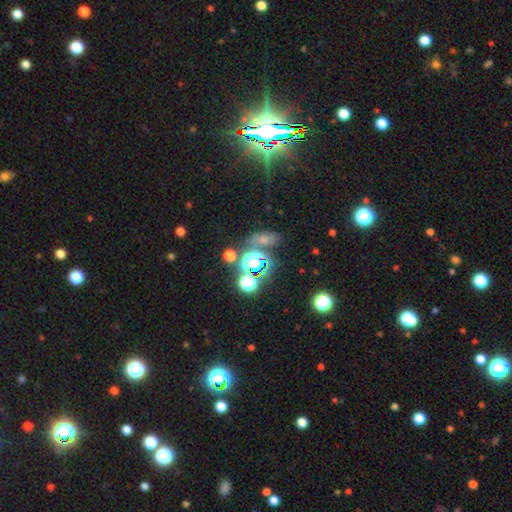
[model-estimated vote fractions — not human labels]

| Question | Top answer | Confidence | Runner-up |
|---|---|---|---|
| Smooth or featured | star or artifact | 81% | smooth (11%) |